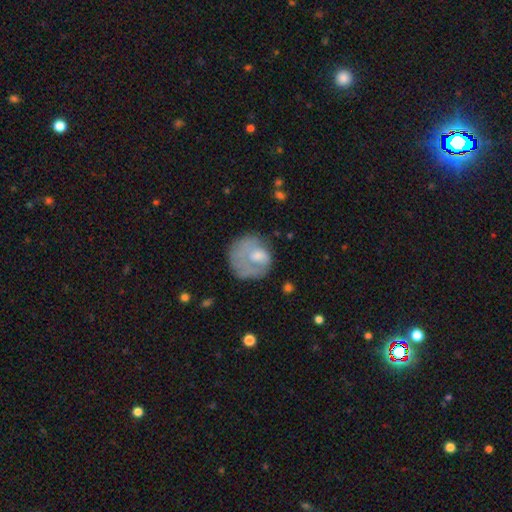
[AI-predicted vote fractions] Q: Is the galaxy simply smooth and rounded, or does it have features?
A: smooth — 56%.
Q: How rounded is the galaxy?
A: round — 75%.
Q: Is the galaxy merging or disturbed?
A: none — 41%.